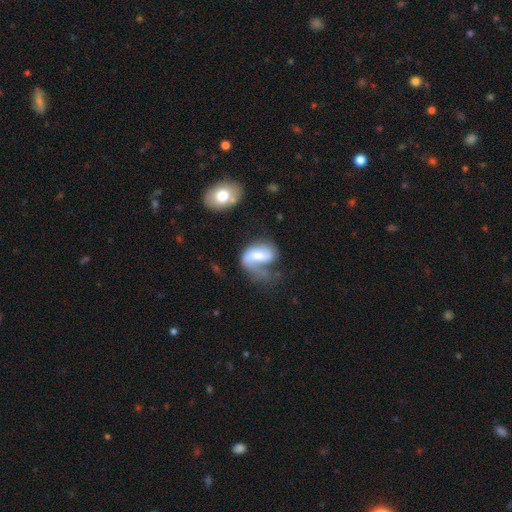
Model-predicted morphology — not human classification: Smooth or featured: featured or disk — 63% (smooth — 30%)
Edge-on disk: no — 96% (yes — 4%)
Bar: weak — 41% (no — 30%)
Spiral arms: yes — 82% (no — 18%)
Bulge size: moderate — 45% (small — 32%)
Merging: major disturbance — 40% (none — 29%)